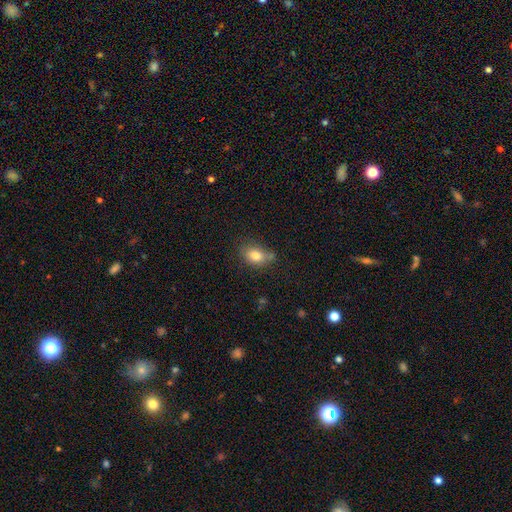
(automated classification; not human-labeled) Smooth or featured: smooth — 80% (featured or disk — 11%)
How rounded: in between — 80% (round — 18%)
Merging: none — 60% (minor disturbance — 26%)